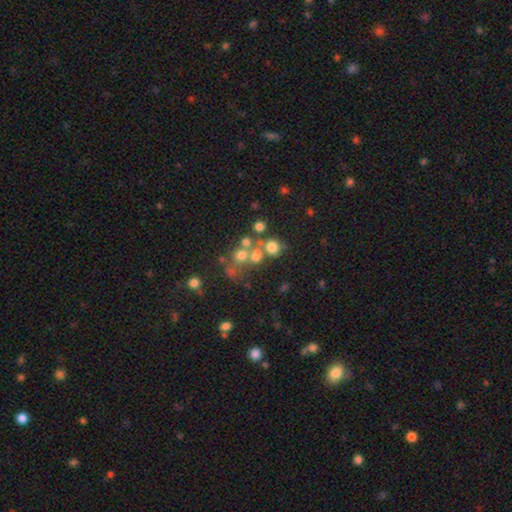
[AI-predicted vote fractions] This is possibly a smooth galaxy (57%). How rounded: clearly round (81%). Merging: possibly none (47%).